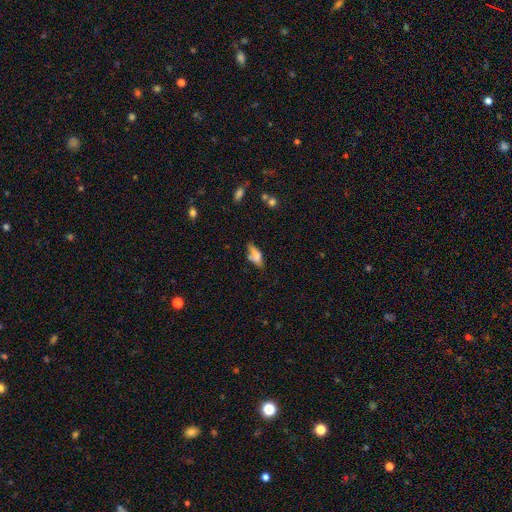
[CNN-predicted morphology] smooth-or-featured: smooth: 67% | featured or disk: 24% | star or artifact: 9%
  how-rounded: in between: 63% | cigar-shaped: 34% | round: 3%
  merging: none: 56% | minor disturbance: 26% | merger: 9% | major disturbance: 8%